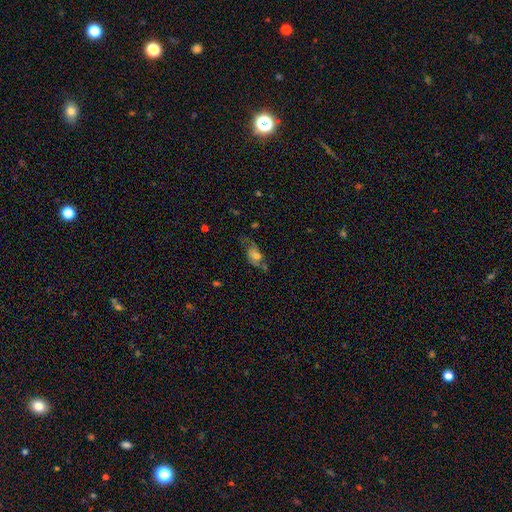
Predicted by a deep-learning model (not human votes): Smooth or featured? Predicted: featured or disk (p=0.48). Merging? Predicted: none (p=0.47).